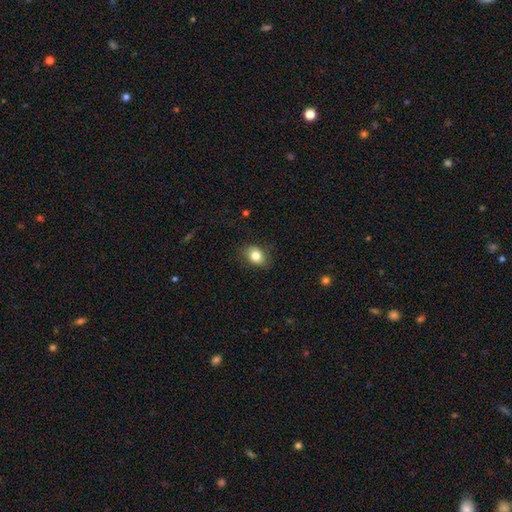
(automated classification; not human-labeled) Morphology: type=smooth (83%); roundness=in between (64%); merging=none (80%).